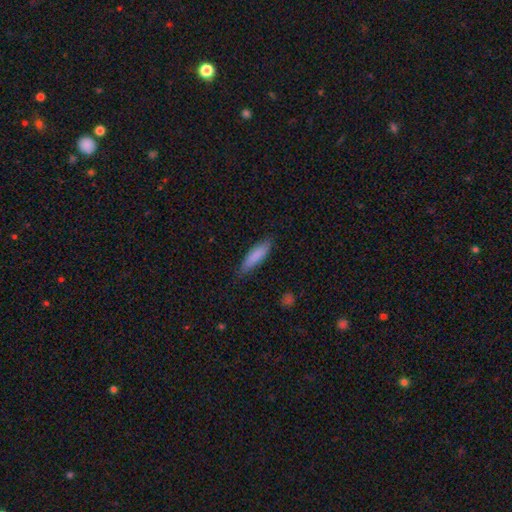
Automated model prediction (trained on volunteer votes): Smooth or featured: smooth — 85% (featured or disk — 10%)
How rounded: cigar-shaped — 64% (in between — 34%)
Merging: none — 82% (minor disturbance — 15%)